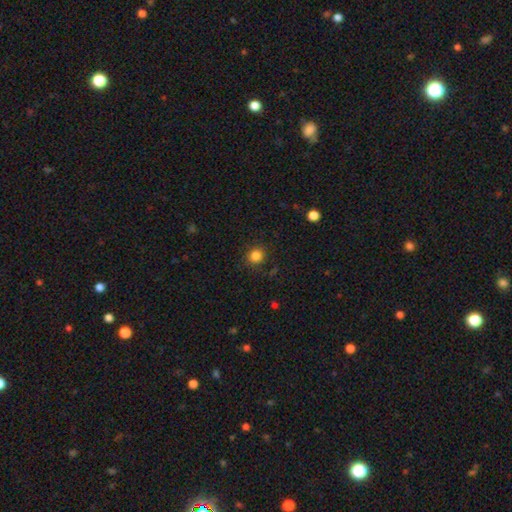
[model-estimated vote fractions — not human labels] Q: Smooth or featured?
A: smooth (84%); runner-up: star or artifact (12%)
Q: How rounded?
A: round (88%); runner-up: in between (11%)
Q: Merging?
A: none (89%); runner-up: minor disturbance (8%)